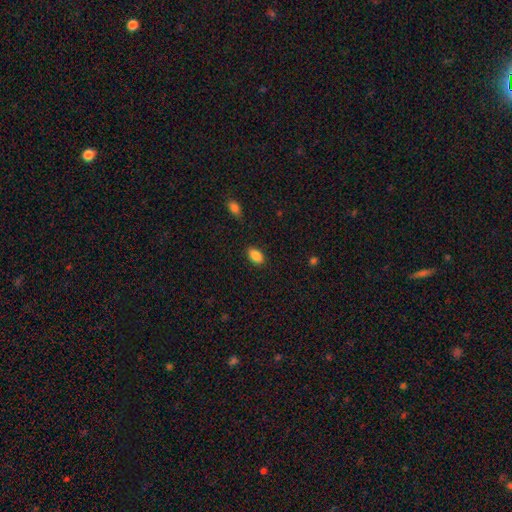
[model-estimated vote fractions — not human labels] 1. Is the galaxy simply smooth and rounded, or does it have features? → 87% smooth, 8% star or artifact, 5% featured or disk.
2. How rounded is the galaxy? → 91% in between, 7% round, 2% cigar-shaped.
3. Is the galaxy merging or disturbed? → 86% none, 10% minor disturbance, 2% major disturbance, 1% merger.